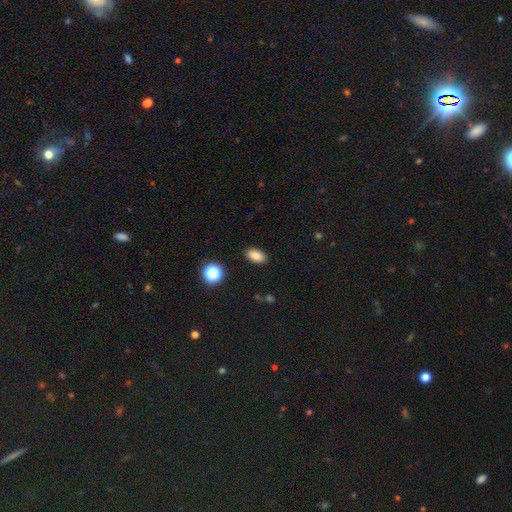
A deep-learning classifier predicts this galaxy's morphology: Smooth or featured: smooth — 83% (star or artifact — 11%)
How rounded: in between — 89% (round — 9%)
Merging: none — 89% (minor disturbance — 8%)